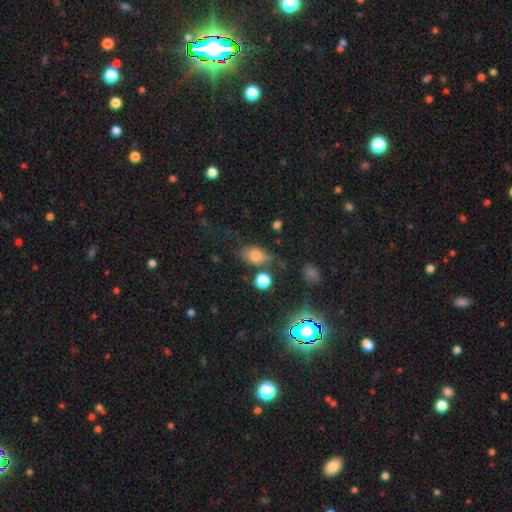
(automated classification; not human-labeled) Smooth or featured? smooth (72%)
How rounded? in between (78%)
Merging? none (59%)